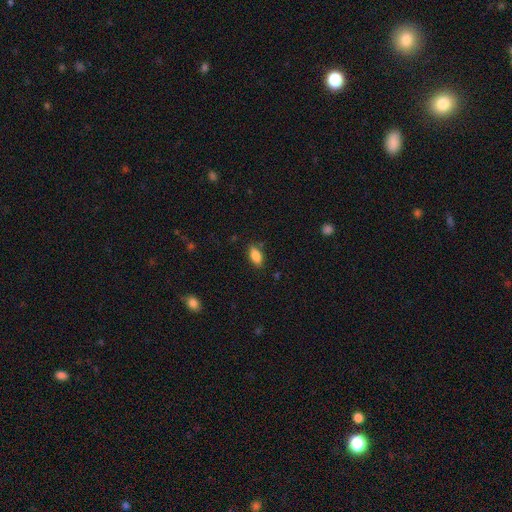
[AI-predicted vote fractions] Morphology: type=smooth (85%); roundness=in between (87%); merging=none (84%).